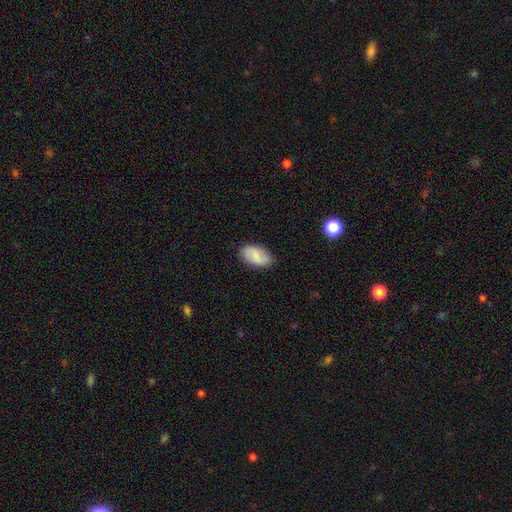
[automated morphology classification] Q: Smooth or featured?
A: smooth (76%); runner-up: featured or disk (17%)
Q: How rounded?
A: in between (94%); runner-up: round (4%)
Q: Merging?
A: none (84%); runner-up: minor disturbance (13%)